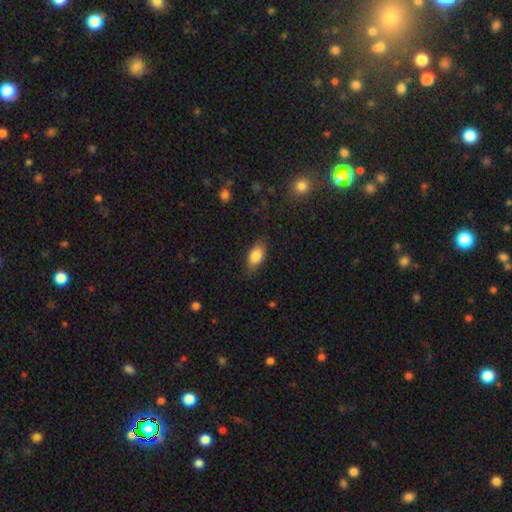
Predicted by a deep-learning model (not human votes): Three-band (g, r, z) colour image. It shows a smooth galaxy with no disk features (85%) that is in between round and cigar-shaped (89%). Merging: none (80%).